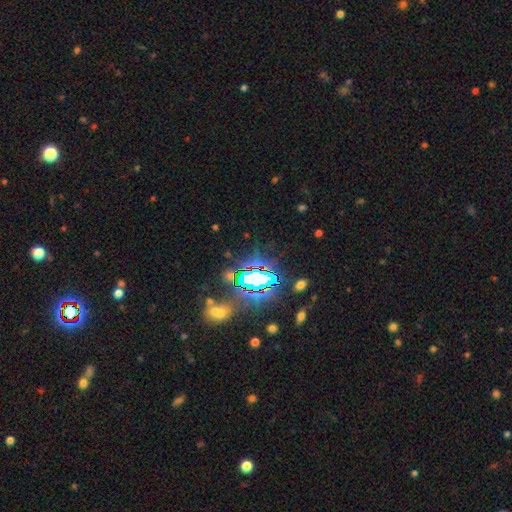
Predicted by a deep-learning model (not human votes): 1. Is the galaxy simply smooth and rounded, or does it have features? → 77% star or artifact, 14% smooth, 10% featured or disk.